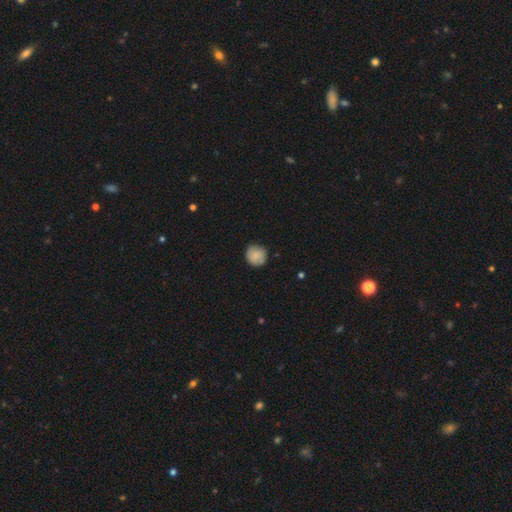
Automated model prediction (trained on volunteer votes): A smooth galaxy with no disk features (83%) that is round (91%).

Vote fractions:
- Smooth or featured? smooth: 83% / featured or disk: 10% / star or artifact: 7%
- How rounded? round: 91% / in between: 8% / cigar-shaped: 1%
- Merging? none: 84% / minor disturbance: 12% / major disturbance: 2% / merger: 1%